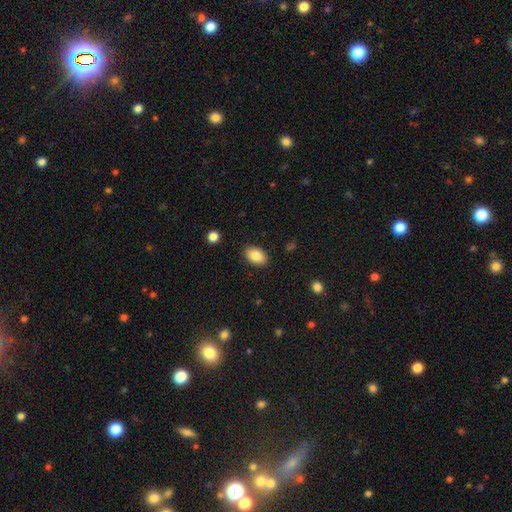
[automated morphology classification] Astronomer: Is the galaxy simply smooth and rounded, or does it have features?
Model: smooth — 87%.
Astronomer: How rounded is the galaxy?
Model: in between — 90%.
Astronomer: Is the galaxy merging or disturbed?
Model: none — 88%.